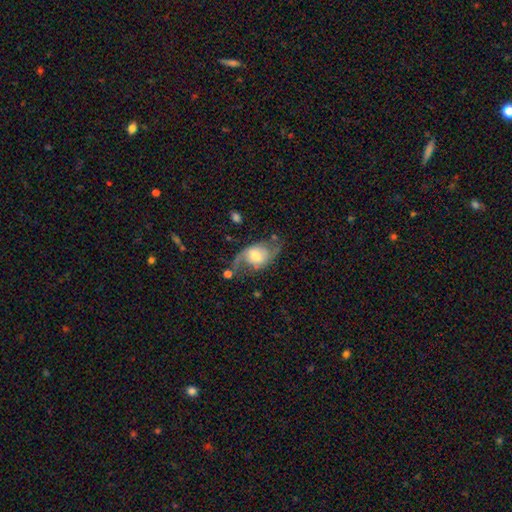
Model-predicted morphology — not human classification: The model was most divided on "bar": no: 56%, weak: 35%, strong: 9%. More confident: edge-on disk — no (95%); spiral arms — yes (89%); spiral arm count — 2 (84%); smooth or featured — featured or disk (69%); spiral winding — loose (62%); bulge size — moderate (54%); merging — none (53%).